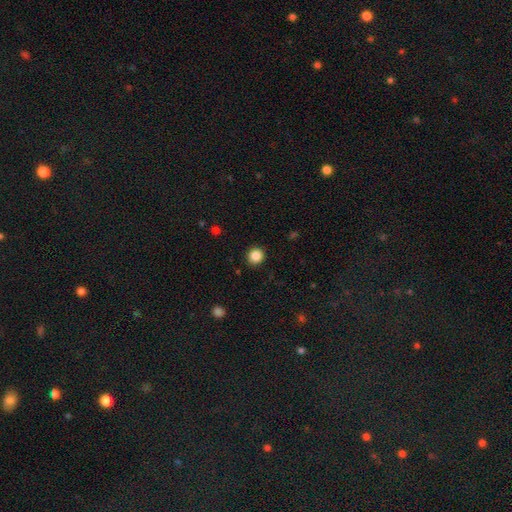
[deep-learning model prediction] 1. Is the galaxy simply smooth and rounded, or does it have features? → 86% smooth, 10% star or artifact, 4% featured or disk.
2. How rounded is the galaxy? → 91% round, 8% in between, 1% cigar-shaped.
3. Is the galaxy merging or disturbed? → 92% none, 5% minor disturbance, 2% major disturbance, 1% merger.